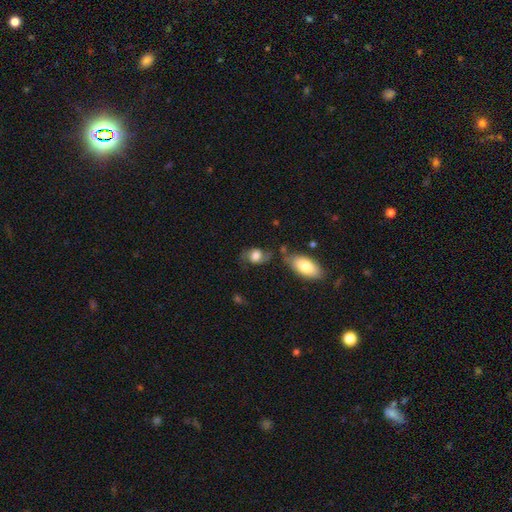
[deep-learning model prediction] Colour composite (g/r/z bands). It shows a smooth galaxy with no disk features (49%). Merging: none (52%).